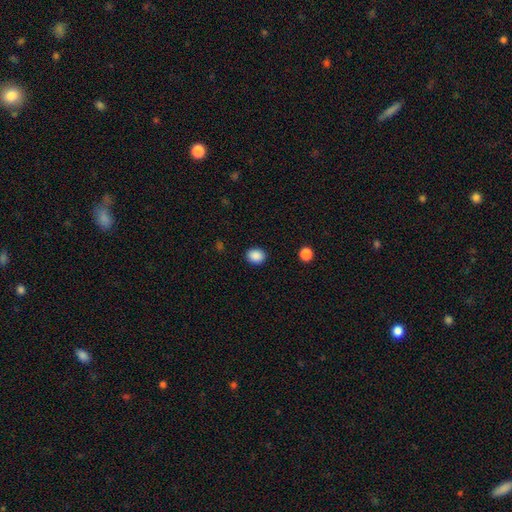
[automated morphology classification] A smooth galaxy with no disk features (89%) that is round (59%). Merging: none (90%).